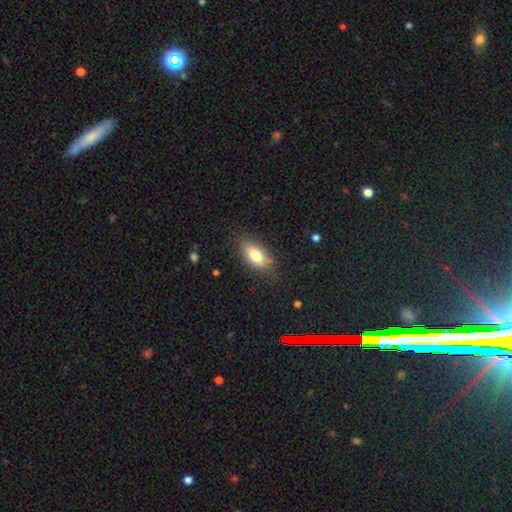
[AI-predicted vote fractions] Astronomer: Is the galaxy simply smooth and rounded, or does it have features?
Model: smooth — 78%.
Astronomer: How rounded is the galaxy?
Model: in between — 87%.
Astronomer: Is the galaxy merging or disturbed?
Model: none — 80%.